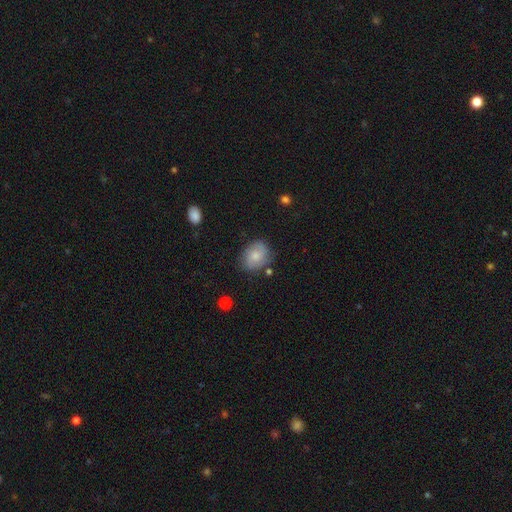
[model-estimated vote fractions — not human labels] Morphology: type=smooth (61%); roundness=in between (51%); merging=none (71%).